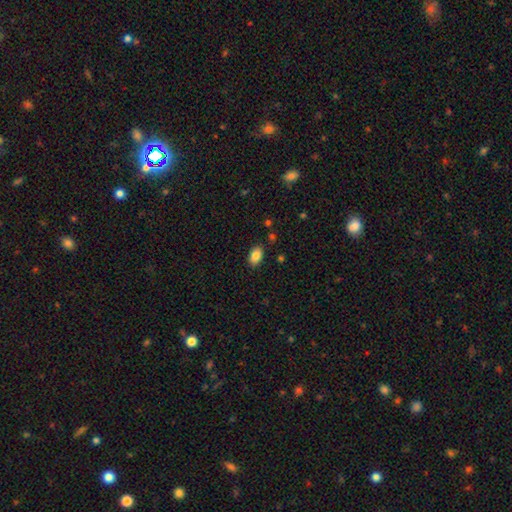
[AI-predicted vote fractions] A smooth galaxy with no disk features (86%) that is in between round and cigar-shaped (89%). Merging: none (86%).